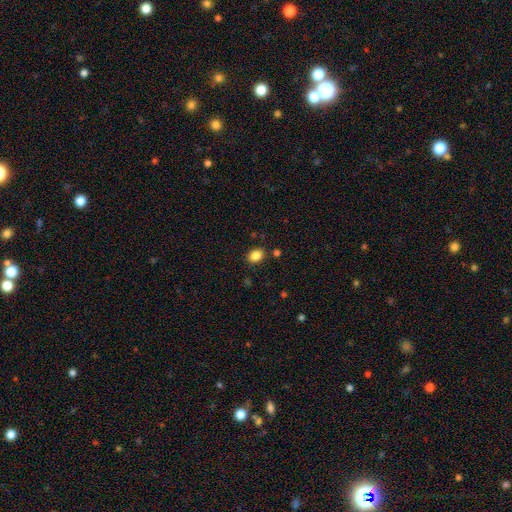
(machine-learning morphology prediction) type=smooth (85%); roundness=in between (69%); merging=none (85%).